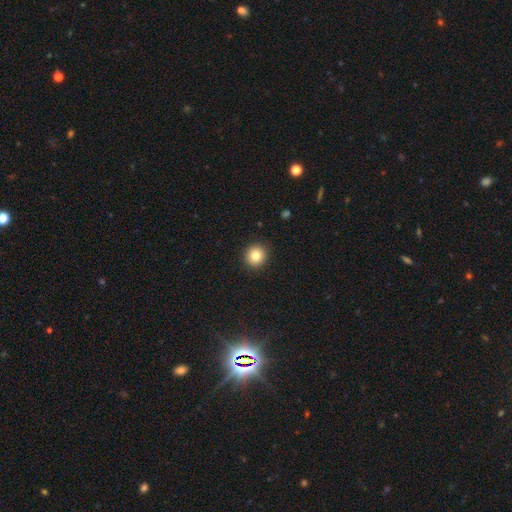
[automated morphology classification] This is clearly a smooth galaxy (82%). How rounded: clearly round (92%). Merging: clearly none (92%).